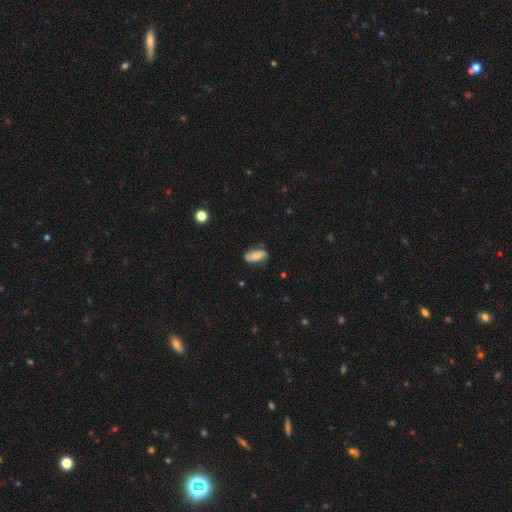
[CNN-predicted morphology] type=smooth (72%); roundness=in between (82%); merging=none (73%).